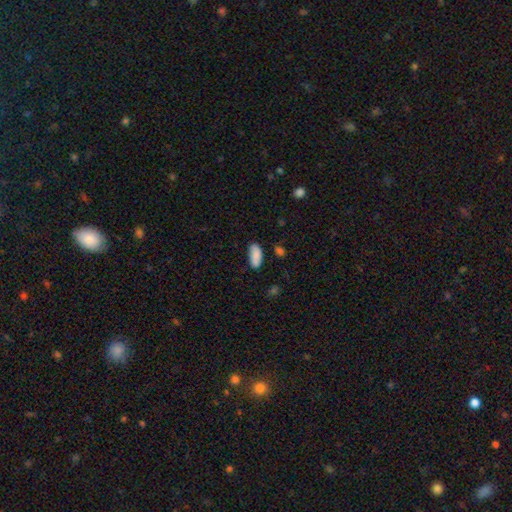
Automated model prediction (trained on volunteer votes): A smooth galaxy with no disk features (87%) that is in between round and cigar-shaped (87%).

Vote fractions:
- Smooth or featured? smooth: 87% / star or artifact: 7% / featured or disk: 6%
- How rounded? in between: 87% / cigar-shaped: 11% / round: 2%
- Merging? none: 78% / minor disturbance: 16% / major disturbance: 3% / merger: 2%